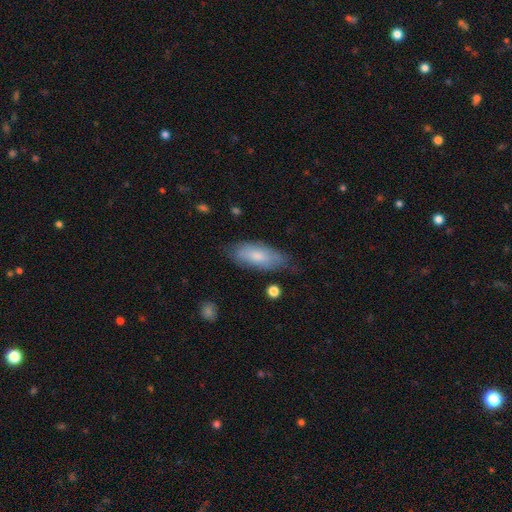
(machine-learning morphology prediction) Smooth or featured?
  - smooth: 72% *
  - featured or disk: 22%
  - star or artifact: 6%
How rounded?
  - in between: 76% *
  - cigar-shaped: 22%
  - round: 2%
Merging?
  - none: 74% *
  - minor disturbance: 21%
  - major disturbance: 4%
  - merger: 2%